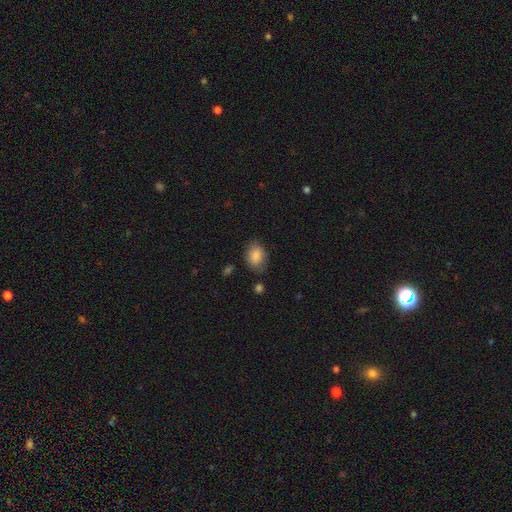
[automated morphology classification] A smooth galaxy with no disk features (86%) that is in between round and cigar-shaped (76%).

Vote fractions:
- Smooth or featured? smooth: 86% / star or artifact: 8% / featured or disk: 6%
- How rounded? in between: 76% / round: 23% / cigar-shaped: 1%
- Merging? none: 75% / minor disturbance: 18% / major disturbance: 5% / merger: 3%